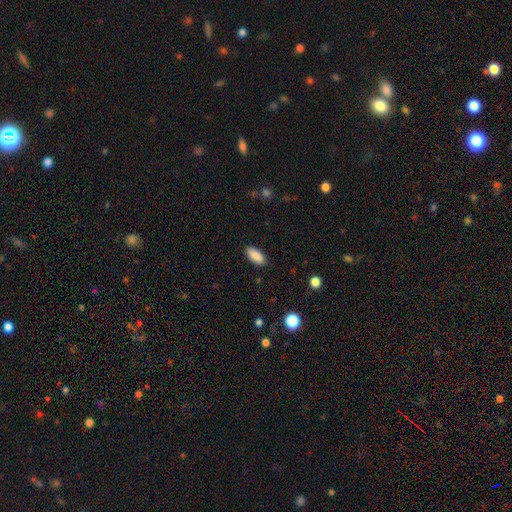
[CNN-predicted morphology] Smooth or featured?
  - smooth: 87% *
  - star or artifact: 7%
  - featured or disk: 6%
How rounded?
  - in between: 90% *
  - cigar-shaped: 8%
  - round: 2%
Merging?
  - none: 88% *
  - minor disturbance: 9%
  - major disturbance: 2%
  - merger: 1%